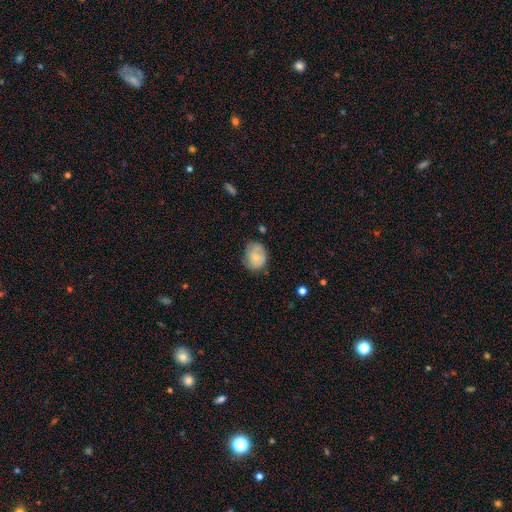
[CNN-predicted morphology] Smooth or featured? Predicted: smooth (p=0.63). How rounded? Predicted: round (p=0.54). Merging? Predicted: none (p=0.63).